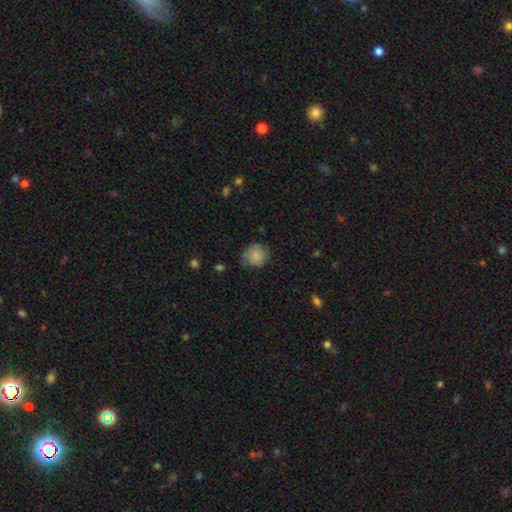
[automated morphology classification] smooth-or-featured: smooth: 78% | featured or disk: 14% | star or artifact: 8%
  how-rounded: round: 80% | in between: 19% | cigar-shaped: 1%
  merging: none: 64% | minor disturbance: 27% | major disturbance: 8% | merger: 1%